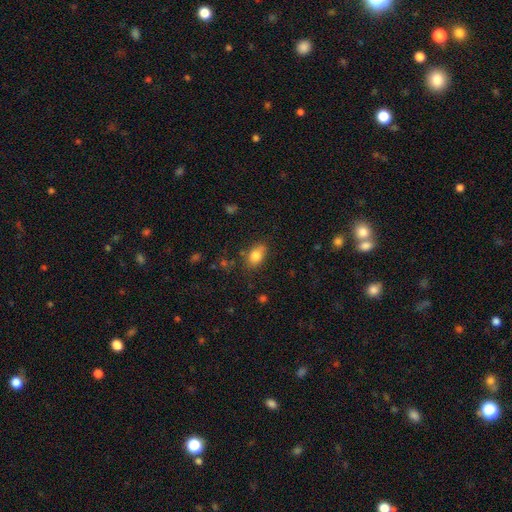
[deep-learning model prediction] Morphology: type=smooth (83%); roundness=in between (81%); merging=none (74%).